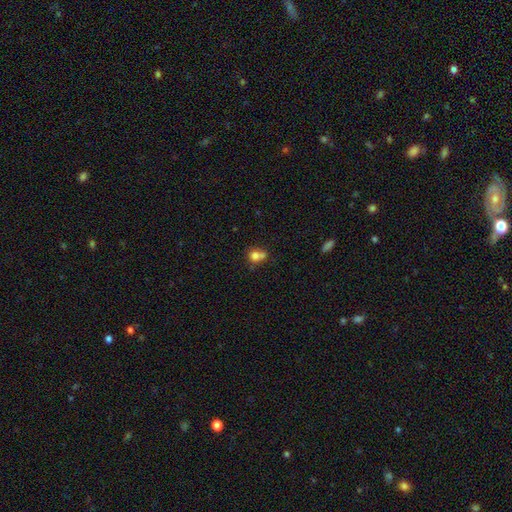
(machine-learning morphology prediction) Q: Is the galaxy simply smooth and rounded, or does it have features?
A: smooth — 75%.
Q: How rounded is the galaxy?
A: round — 74%.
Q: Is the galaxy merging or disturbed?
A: merger — 47%.